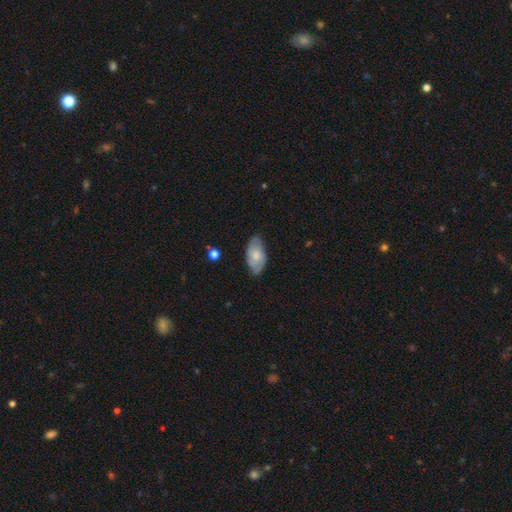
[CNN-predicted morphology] A smooth galaxy with no disk features (56%) that is in between round and cigar-shaped (94%). Merging: none (72%).